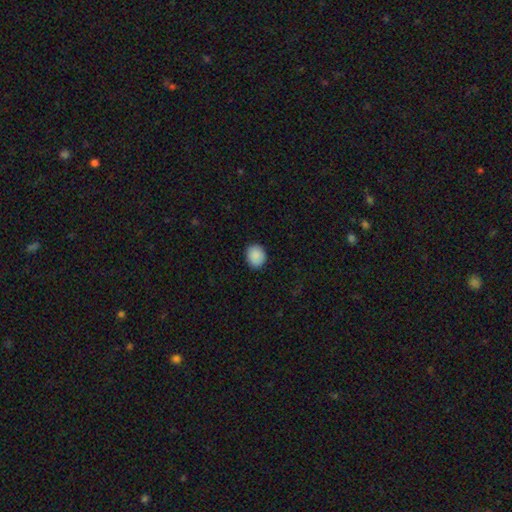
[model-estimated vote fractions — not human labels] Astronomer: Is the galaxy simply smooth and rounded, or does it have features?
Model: smooth — 89%.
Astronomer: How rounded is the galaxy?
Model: round — 69%.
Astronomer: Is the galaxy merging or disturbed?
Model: none — 88%.